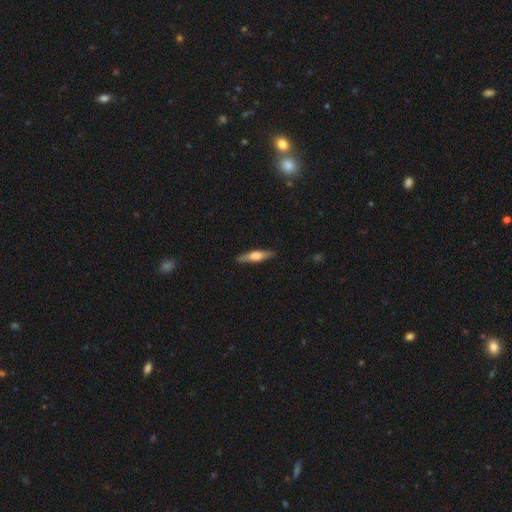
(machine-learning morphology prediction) Overall: featured or disk (49%; smooth 45%). Merging: none (89%).